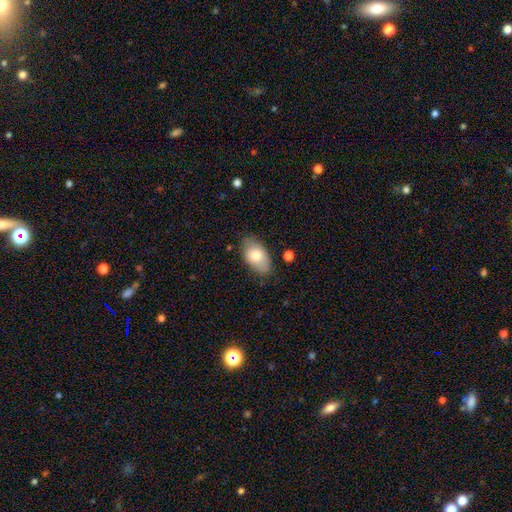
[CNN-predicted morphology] type=smooth (76%); roundness=in between (93%); merging=none (73%).